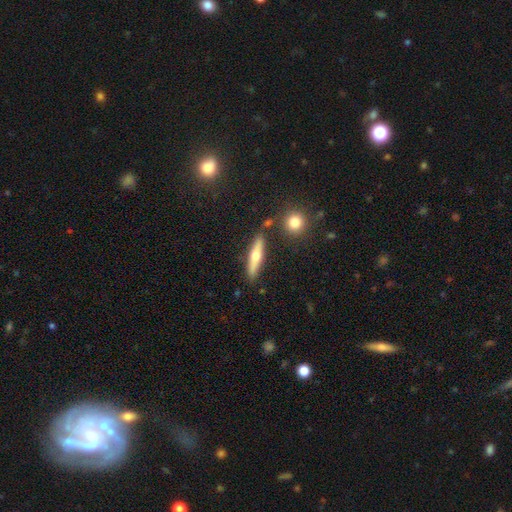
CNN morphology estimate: Q: Smooth or featured?
A: smooth (47%); tied with: featured or disk (47%)
Q: Merging?
A: none (84%); runner-up: minor disturbance (9%)